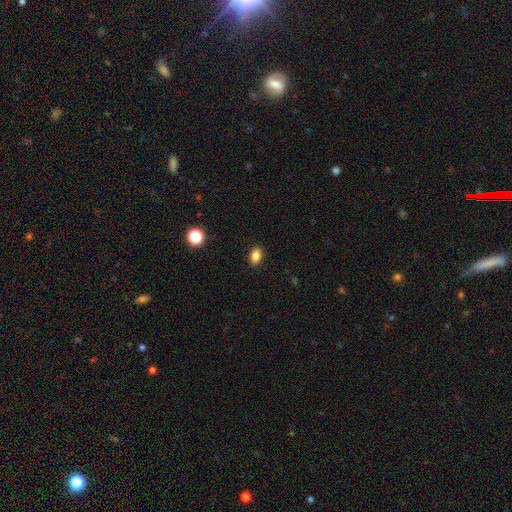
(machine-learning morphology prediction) The model was most divided on "how rounded": in between: 81%, round: 17%, cigar-shaped: 2%. More confident: merging — none (90%); smooth or featured — smooth (85%).